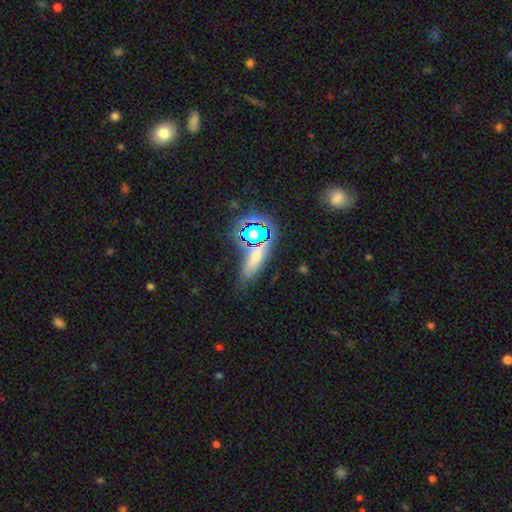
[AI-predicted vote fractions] Smooth or featured: star or artifact — 43% (smooth — 41%)